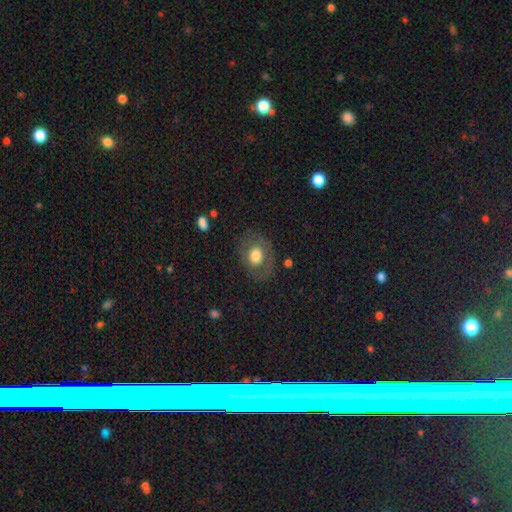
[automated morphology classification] Overall: smooth (64%; featured or disk 28%). How rounded: in between (55%; round 44%). Merging: none (77%).